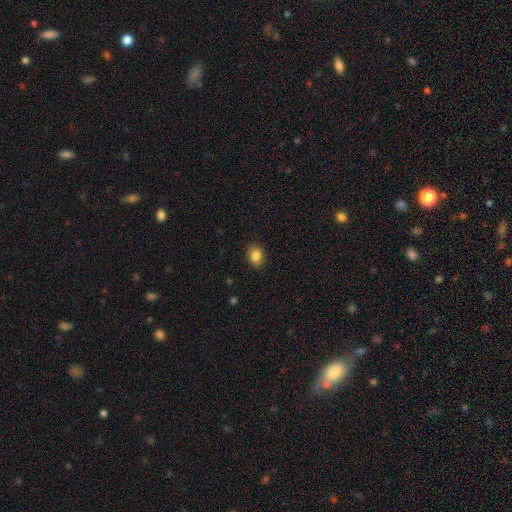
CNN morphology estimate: smooth_or_featured: smooth (p=0.85) [alt: star or artifact p=0.09]
how_rounded: in between (p=0.69) [alt: round p=0.30]
merging: none (p=0.87) [alt: minor disturbance p=0.10]